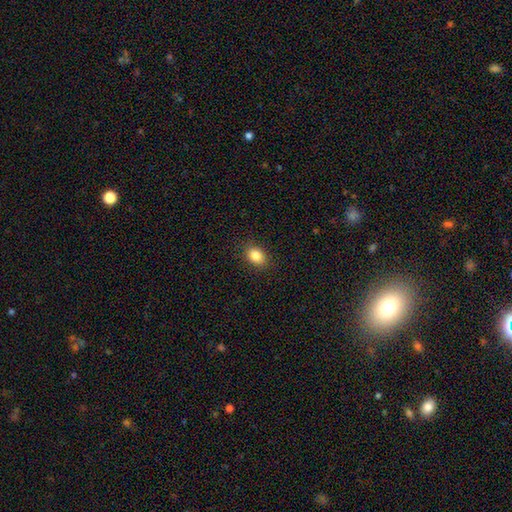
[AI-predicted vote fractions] Q: Smooth or featured?
A: smooth (85%); runner-up: star or artifact (9%)
Q: How rounded?
A: in between (67%); runner-up: round (32%)
Q: Merging?
A: none (89%); runner-up: minor disturbance (8%)